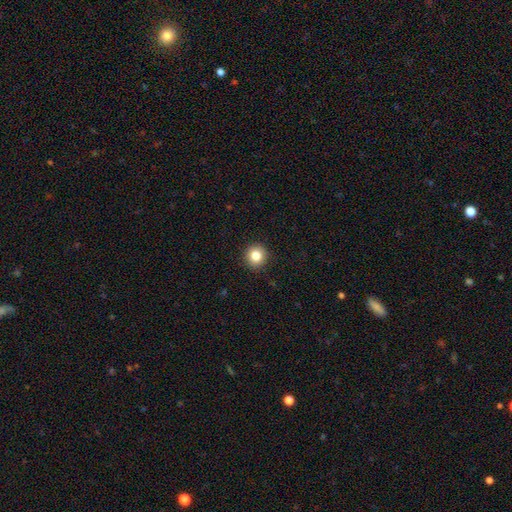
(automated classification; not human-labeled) Morphology: type=smooth (83%); roundness=round (92%); merging=none (92%).